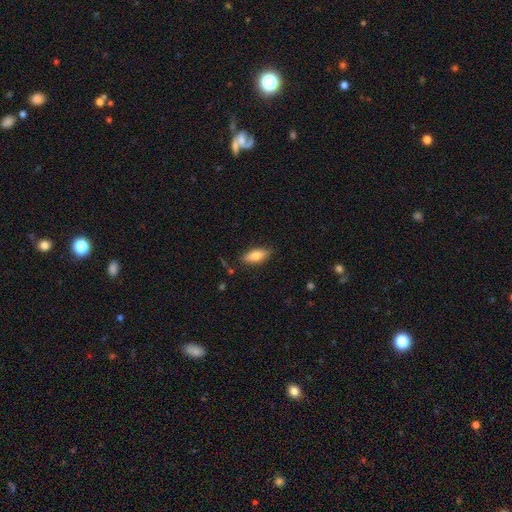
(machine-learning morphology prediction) Smooth or featured? Predicted: smooth (p=0.77). How rounded? Predicted: in between (p=0.73). Merging? Predicted: none (p=0.83).